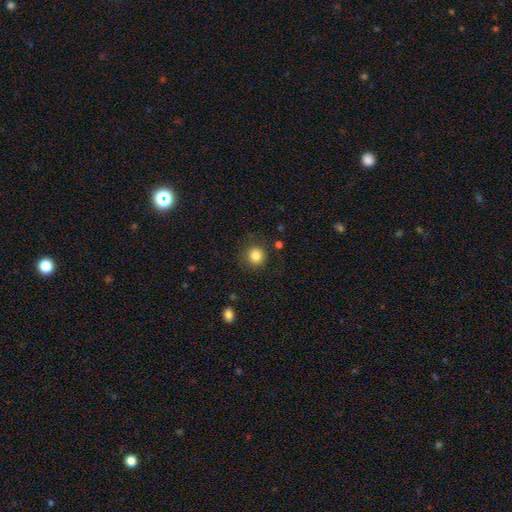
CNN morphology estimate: smooth-or-featured: smooth: 85% | star or artifact: 11% | featured or disk: 5%
  how-rounded: round: 90% | in between: 9% | cigar-shaped: 1%
  merging: none: 85% | minor disturbance: 10% | major disturbance: 3% | merger: 2%